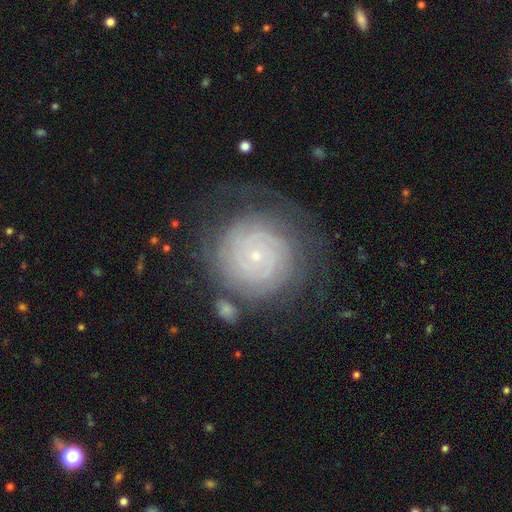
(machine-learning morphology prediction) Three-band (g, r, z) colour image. It shows a featured or disk galaxy (82%) with no bar (83%), tight (87%) spiral arms (95%) and a small central bulge (87%). Merging: none (71%).